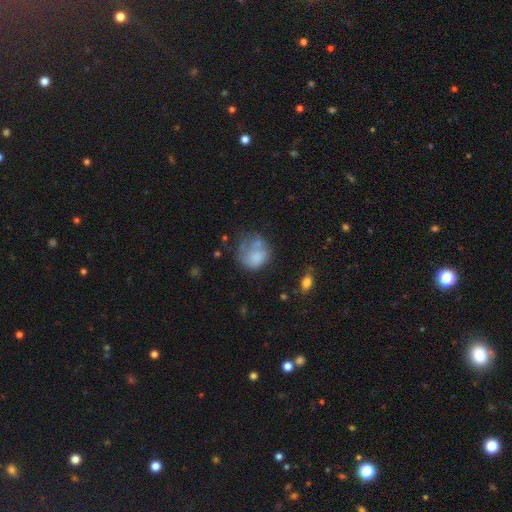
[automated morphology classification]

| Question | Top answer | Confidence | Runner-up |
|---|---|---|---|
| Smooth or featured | smooth | 66% | featured or disk (25%) |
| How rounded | round | 69% | in between (30%) |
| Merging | none | 35% | major disturbance (27%) |